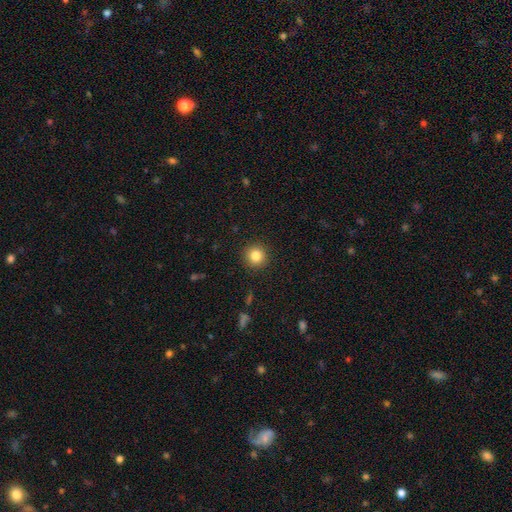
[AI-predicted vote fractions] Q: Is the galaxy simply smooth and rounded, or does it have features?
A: smooth — 84%.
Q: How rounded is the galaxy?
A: round — 93%.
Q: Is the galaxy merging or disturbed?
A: none — 92%.